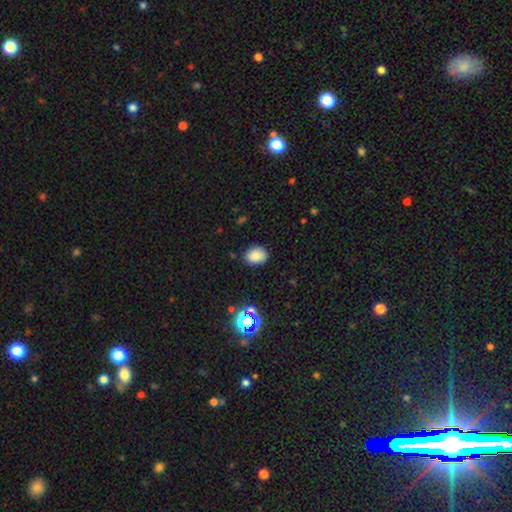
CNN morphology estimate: Q: Smooth or featured?
A: smooth (83%); runner-up: star or artifact (13%)
Q: How rounded?
A: in between (63%); runner-up: round (37%)
Q: Merging?
A: none (83%); runner-up: minor disturbance (12%)